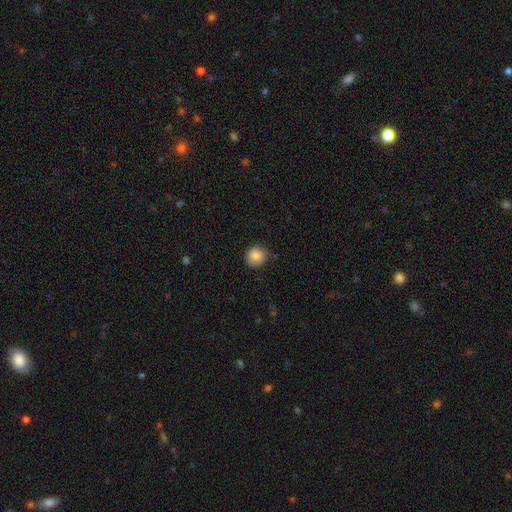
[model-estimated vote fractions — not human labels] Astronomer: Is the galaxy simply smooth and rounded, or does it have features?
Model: smooth — 84%.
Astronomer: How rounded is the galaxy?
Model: round — 91%.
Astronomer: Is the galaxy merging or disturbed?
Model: none — 84%.